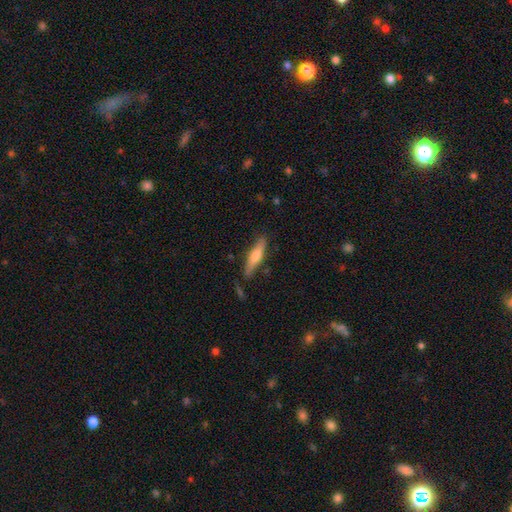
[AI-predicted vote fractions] Overall: smooth (48%; featured or disk 45%). Merging: none (82%).